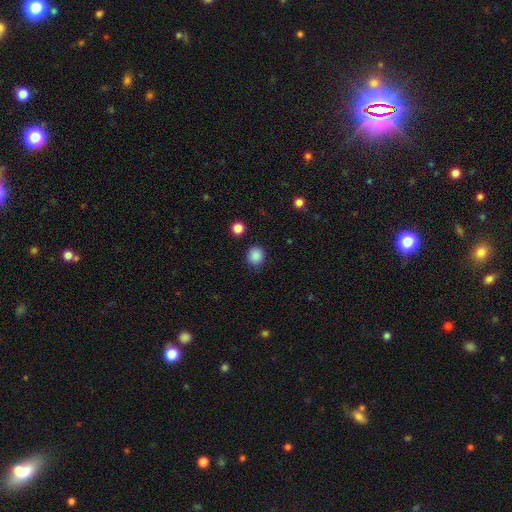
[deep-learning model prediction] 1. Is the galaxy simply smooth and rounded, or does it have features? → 87% smooth, 10% star or artifact, 3% featured or disk.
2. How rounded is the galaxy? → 89% round, 10% in between, 1% cigar-shaped.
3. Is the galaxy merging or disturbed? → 87% none, 8% minor disturbance, 3% major disturbance, 2% merger.